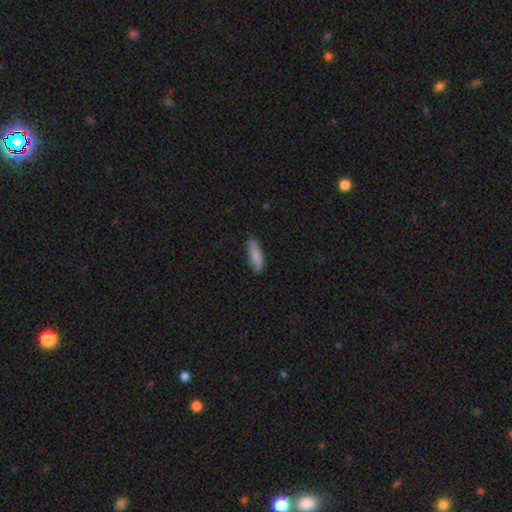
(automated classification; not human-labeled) This appears to be a smooth galaxy with no disk features (83%) that is in between round and cigar-shaped (53%). Merging: none (84%).